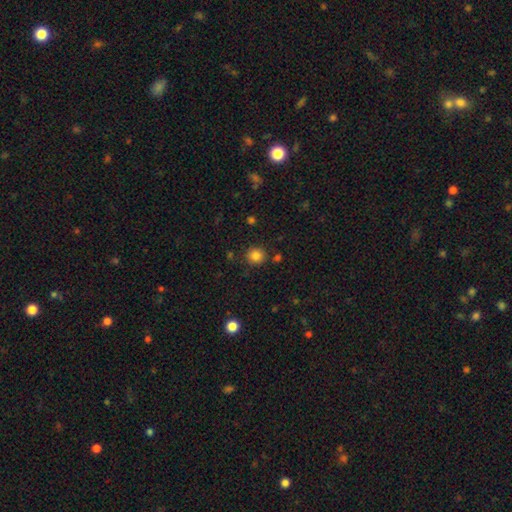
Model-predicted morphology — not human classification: This appears to be a smooth galaxy with no disk features (83%) that is round (88%). Merging: none (85%).